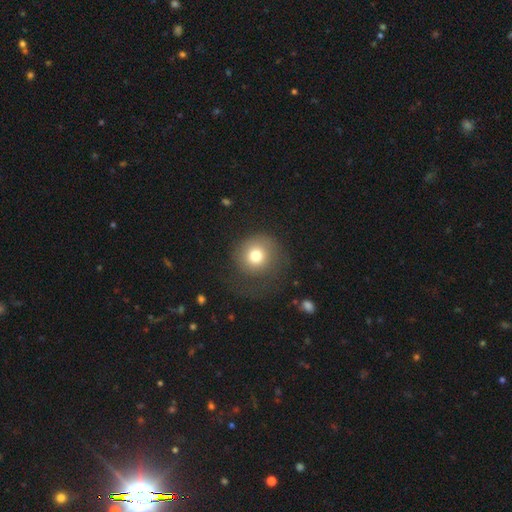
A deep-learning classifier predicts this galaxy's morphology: smooth 73%, featured or disk 15%, star or artifact 11%. Down the decision tree: how rounded — round (92%); merging — none (56%).